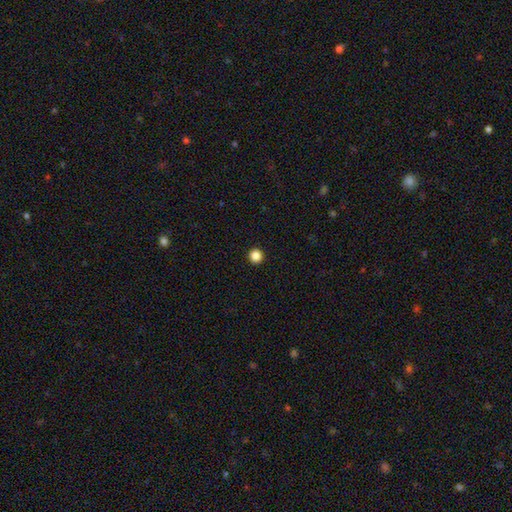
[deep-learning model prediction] Smooth or featured? smooth (86%)
How rounded? round (96%)
Merging? none (94%)